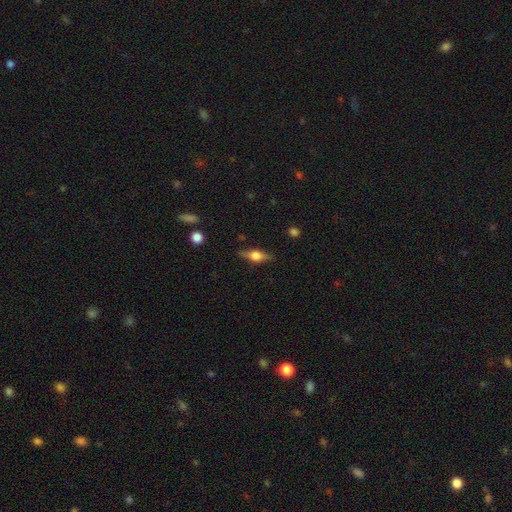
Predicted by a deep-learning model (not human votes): A featured or disk galaxy (55%) viewed edge-on (94%) with a rounded central bulge (90%). Merging: none (84%).